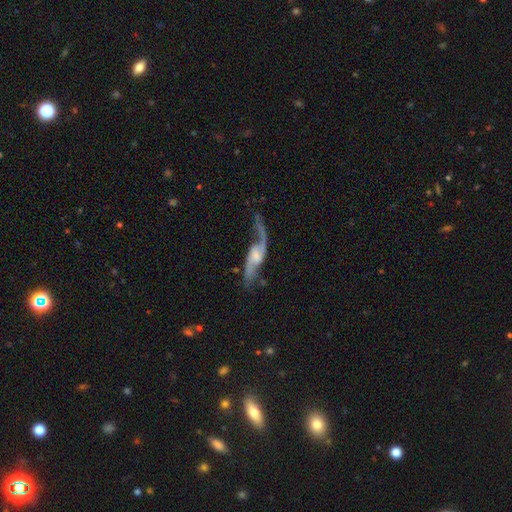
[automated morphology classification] This is clearly a featured or disk galaxy (86%). It is clearly not viewed edge-on (87%). Bar: possibly weak (45%). Spiral arm pattern: clearly yes (94%). Spiral arm count: clearly 2 (87%). Spiral winding: clearly loose (80%). Central bulge: marginally small (38%). Merging: possibly none (55%).